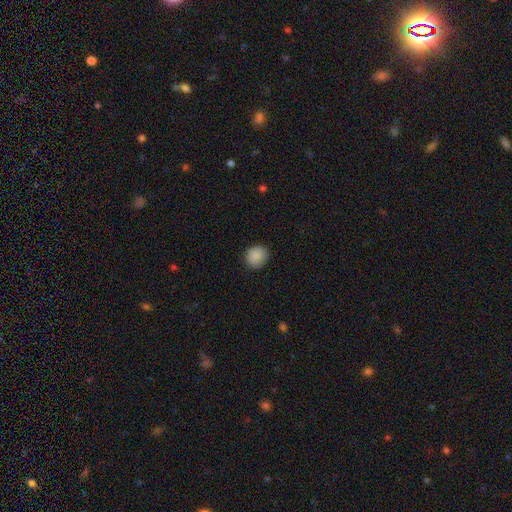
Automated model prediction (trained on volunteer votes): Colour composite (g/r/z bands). It shows a smooth galaxy with no disk features (88%) that is round (83%). Merging: none (87%).